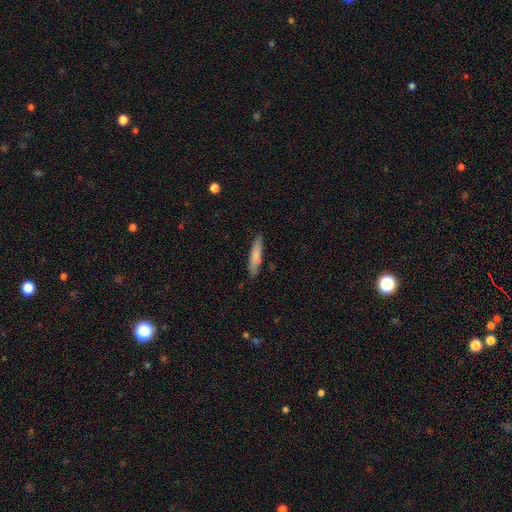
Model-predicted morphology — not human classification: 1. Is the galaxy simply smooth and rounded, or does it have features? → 78% smooth, 17% featured or disk, 6% star or artifact.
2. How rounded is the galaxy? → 84% cigar-shaped, 14% in between, 1% round.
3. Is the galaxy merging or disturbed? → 87% none, 10% minor disturbance, 2% major disturbance, 1% merger.